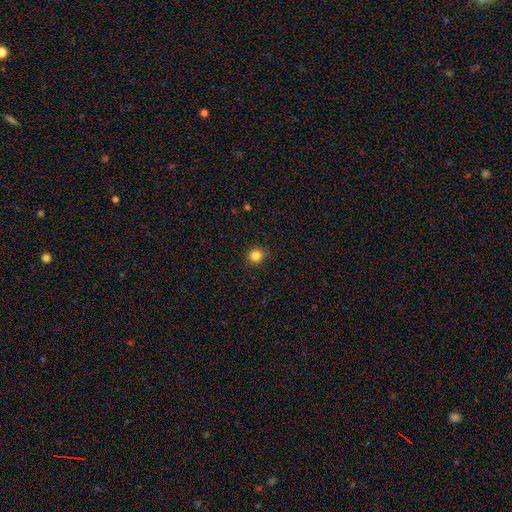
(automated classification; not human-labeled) A smooth galaxy with no disk features (83%) that is round (92%).

Vote fractions:
- Smooth or featured? smooth: 83% / star or artifact: 12% / featured or disk: 4%
- How rounded? round: 92% / in between: 7% / cigar-shaped: 1%
- Merging? none: 89% / minor disturbance: 8% / major disturbance: 2% / merger: 1%